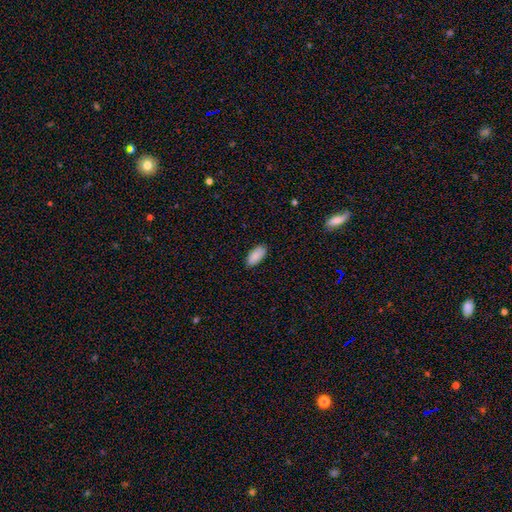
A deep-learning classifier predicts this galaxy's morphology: A smooth galaxy with no disk features (90%) that is in between round and cigar-shaped (93%).

Vote fractions:
- Smooth or featured? smooth: 90% / star or artifact: 6% / featured or disk: 4%
- How rounded? in between: 93% / cigar-shaped: 6% / round: 2%
- Merging? none: 88% / minor disturbance: 9% / major disturbance: 2% / merger: 1%